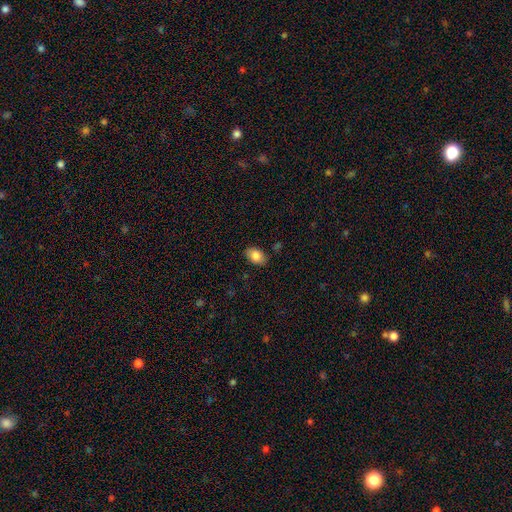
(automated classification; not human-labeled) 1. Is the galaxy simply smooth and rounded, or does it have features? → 84% smooth, 9% featured or disk, 8% star or artifact.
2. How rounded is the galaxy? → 86% in between, 12% round, 1% cigar-shaped.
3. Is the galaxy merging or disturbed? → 84% none, 12% minor disturbance, 2% major disturbance, 2% merger.